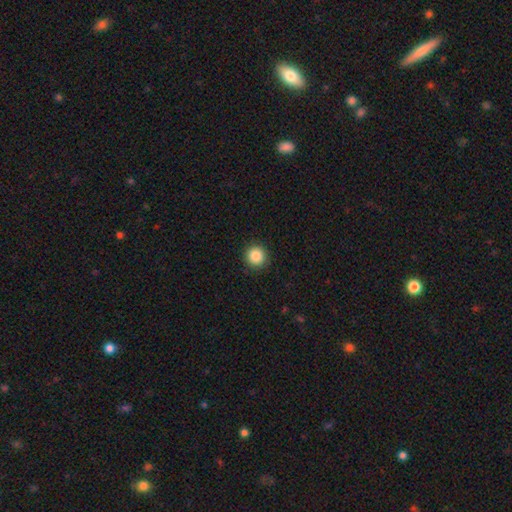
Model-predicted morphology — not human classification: type=smooth (86%); roundness=round (95%); merging=none (92%).